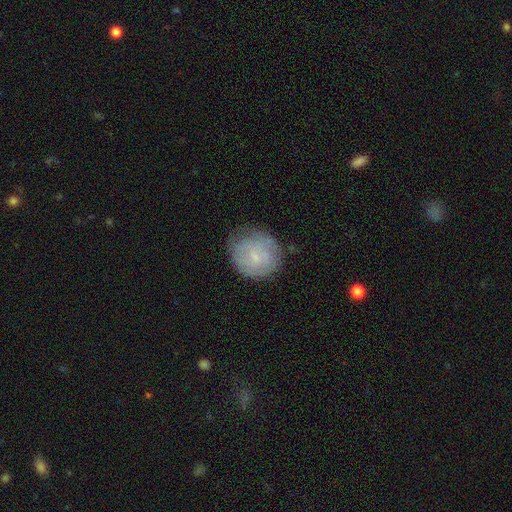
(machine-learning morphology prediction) This appears to be a smooth galaxy with no disk features (56%) that is round (85%). Merging: none (66%).